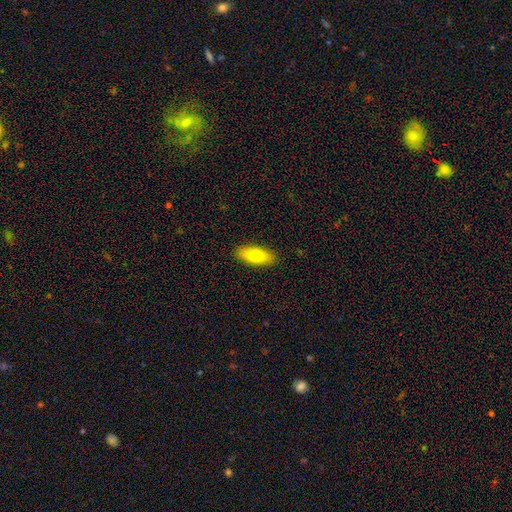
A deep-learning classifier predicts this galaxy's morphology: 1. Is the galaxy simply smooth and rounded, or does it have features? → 74% smooth, 19% featured or disk, 6% star or artifact.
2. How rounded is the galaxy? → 80% in between, 17% cigar-shaped, 3% round.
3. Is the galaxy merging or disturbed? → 90% none, 7% minor disturbance, 2% major disturbance, 1% merger.